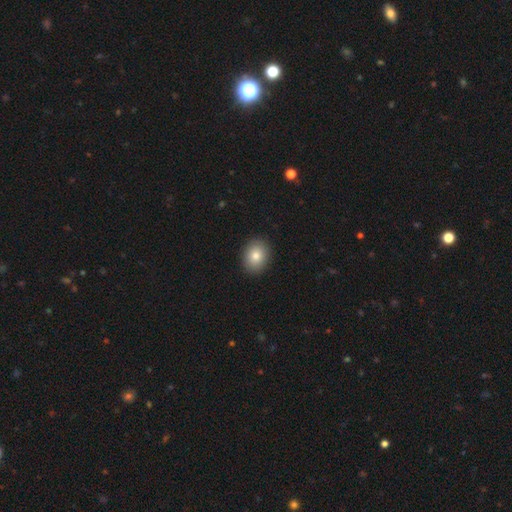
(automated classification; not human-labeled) The model was most divided on "how rounded": in between: 59%, round: 40%, cigar-shaped: 1%. More confident: merging — none (90%); smooth or featured — smooth (82%).